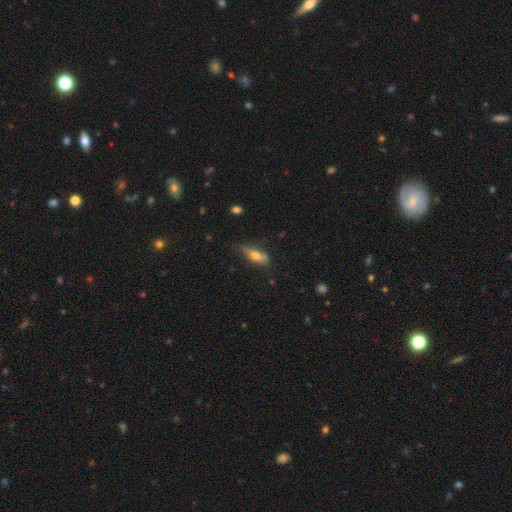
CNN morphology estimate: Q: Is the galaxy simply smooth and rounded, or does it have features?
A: smooth — 60%.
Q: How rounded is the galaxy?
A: in between — 53%.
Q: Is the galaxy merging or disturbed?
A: none — 66%.